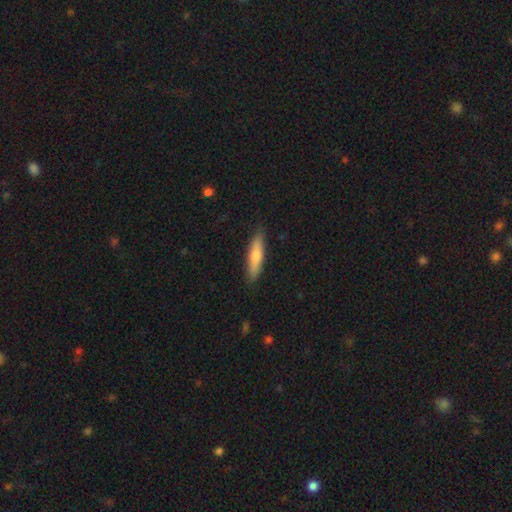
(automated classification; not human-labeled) A smooth galaxy with no disk features (69%) that is cigar-shaped (80%). Merging: none (87%).